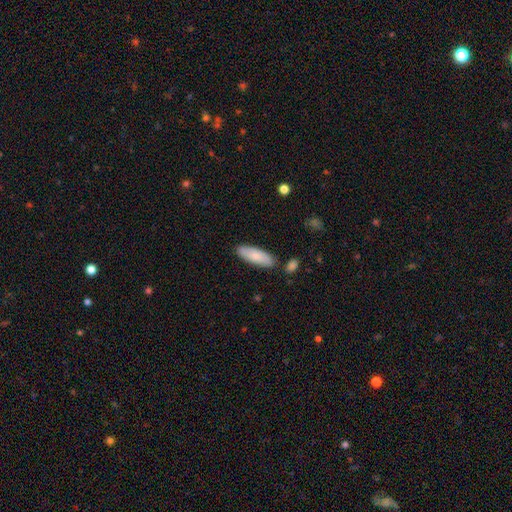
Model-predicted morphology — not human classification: Smooth or featured? Predicted: smooth (p=0.81). How rounded? Predicted: in between (p=0.59). Merging? Predicted: none (p=0.82).